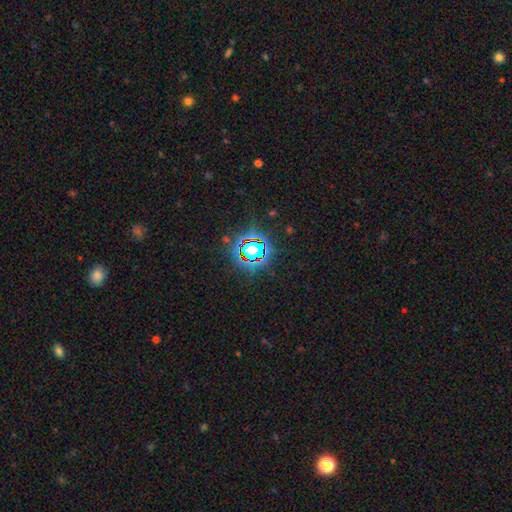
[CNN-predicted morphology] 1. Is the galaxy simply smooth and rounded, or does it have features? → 74% star or artifact, 15% smooth, 10% featured or disk.